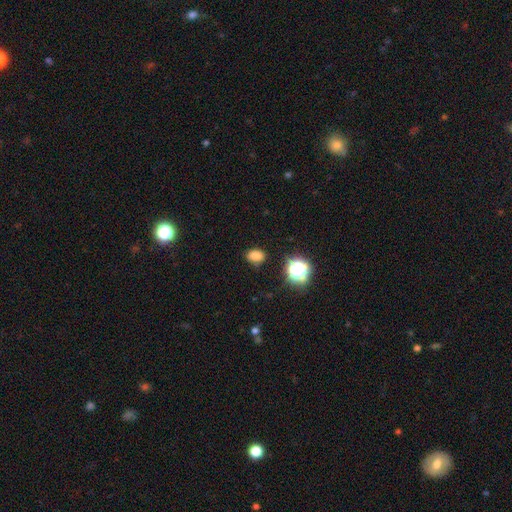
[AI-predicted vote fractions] A smooth galaxy with no disk features (77%) that is in between round and cigar-shaped (76%). Merging: none (81%).